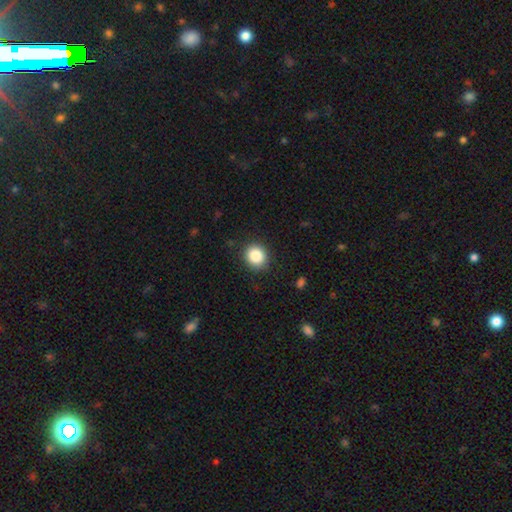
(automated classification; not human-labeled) Smooth or featured? smooth (86%)
How rounded? round (80%)
Merging? none (88%)